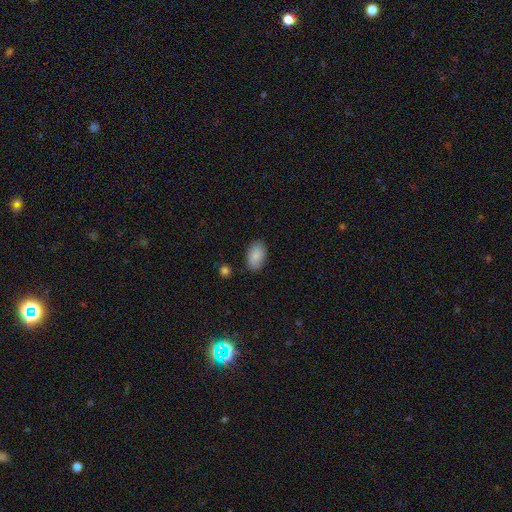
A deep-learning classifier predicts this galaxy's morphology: smooth-or-featured: smooth: 87% | star or artifact: 7% | featured or disk: 6%
  how-rounded: in between: 92% | round: 6% | cigar-shaped: 1%
  merging: none: 85% | minor disturbance: 11% | major disturbance: 2% | merger: 2%